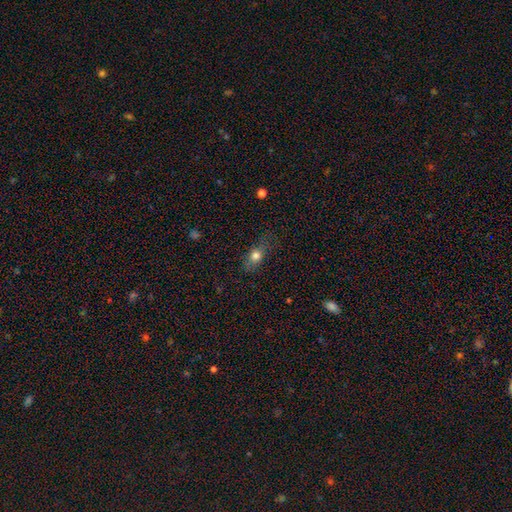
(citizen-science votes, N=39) A smooth galaxy with no disk features (74%) that is in between round and cigar-shaped (55%).

Vote fractions:
- Smooth or featured? smooth: 74% / featured or disk: 21% / star or artifact: 5%
- How rounded? in between: 55% / round: 31% / cigar-shaped: 14%
- Merging? none: 59% / minor disturbance: 22% / major disturbance: 16% / merger: 3%